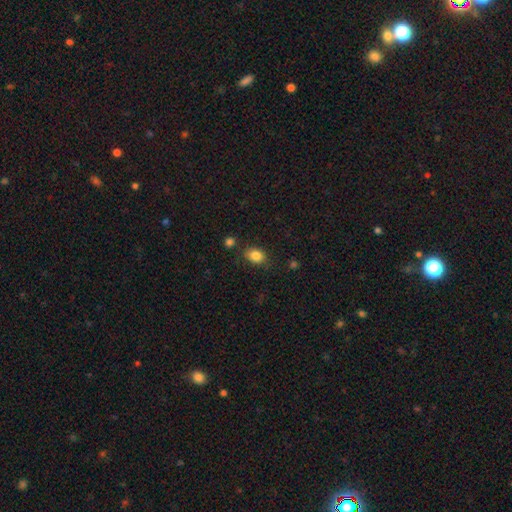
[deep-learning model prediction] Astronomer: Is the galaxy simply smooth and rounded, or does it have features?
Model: smooth — 85%.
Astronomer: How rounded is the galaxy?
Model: in between — 67%.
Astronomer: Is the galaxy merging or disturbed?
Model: none — 79%.